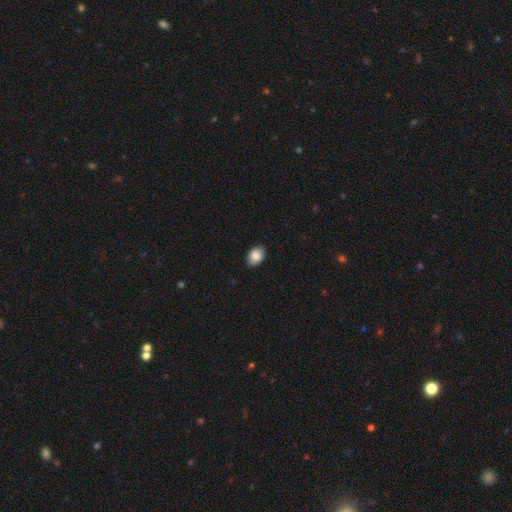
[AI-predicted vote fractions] smooth 86%, featured or disk 7%, star or artifact 7%. Down the decision tree: how rounded — in between (84%); merging — none (86%).